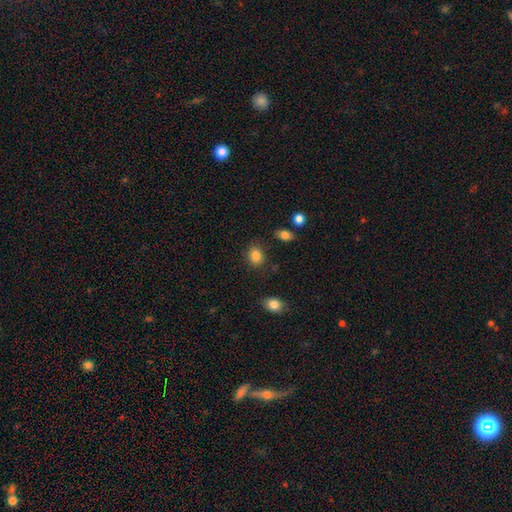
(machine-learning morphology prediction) Overall: smooth (86%). How rounded: round (54%; in between 45%). Merging: none (81%).